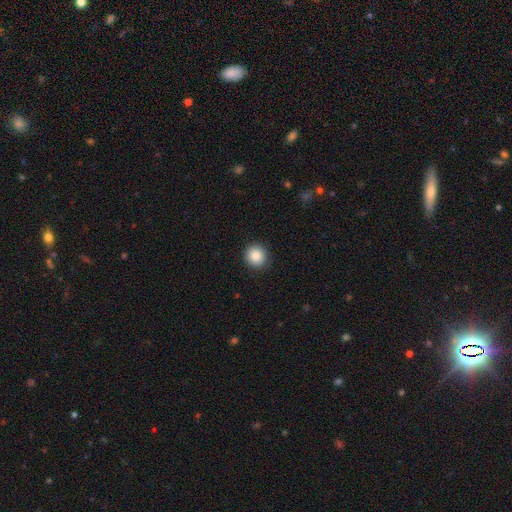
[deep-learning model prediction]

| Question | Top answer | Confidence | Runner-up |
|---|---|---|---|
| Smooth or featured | smooth | 86% | star or artifact (9%) |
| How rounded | round | 91% | in between (8%) |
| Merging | none | 91% | minor disturbance (6%) |